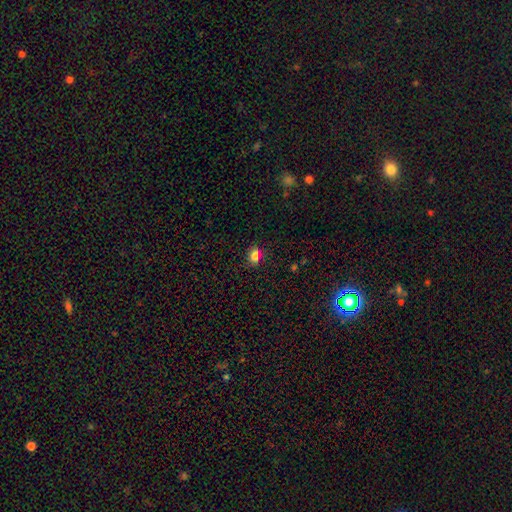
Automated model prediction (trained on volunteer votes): Q: Smooth or featured?
A: smooth (80%); runner-up: star or artifact (14%)
Q: How rounded?
A: in between (61%); runner-up: round (38%)
Q: Merging?
A: none (85%); runner-up: minor disturbance (11%)